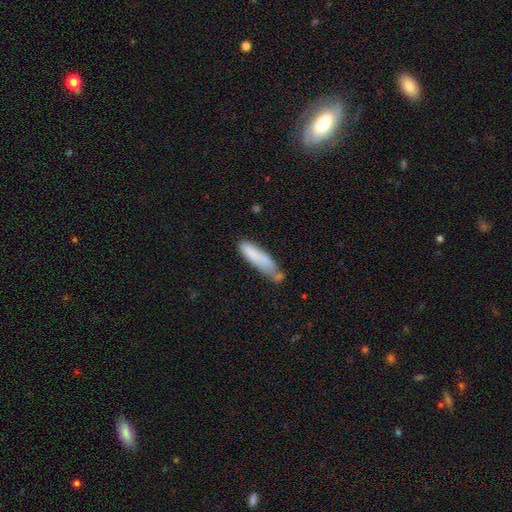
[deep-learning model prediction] Q: Smooth or featured?
A: smooth (75%); runner-up: featured or disk (18%)
Q: How rounded?
A: cigar-shaped (73%); runner-up: in between (25%)
Q: Merging?
A: none (44%); runner-up: minor disturbance (31%)